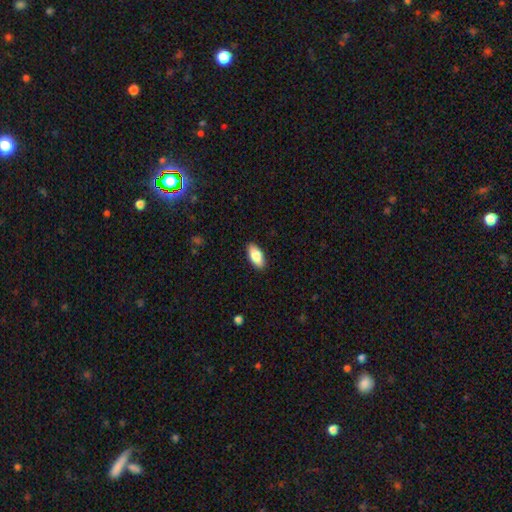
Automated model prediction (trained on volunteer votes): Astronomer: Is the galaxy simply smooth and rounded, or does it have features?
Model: smooth — 84%.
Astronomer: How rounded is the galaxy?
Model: in between — 92%.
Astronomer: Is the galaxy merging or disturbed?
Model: none — 89%.